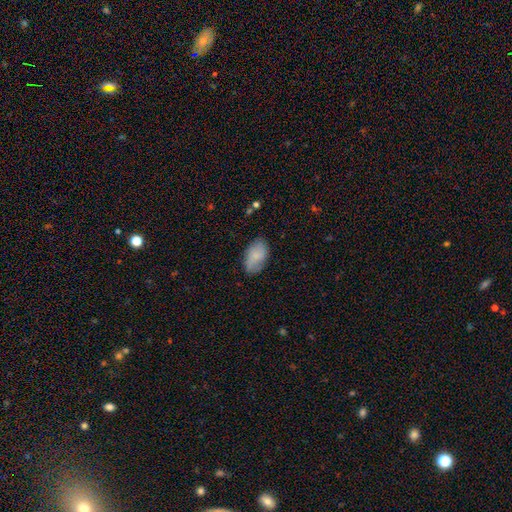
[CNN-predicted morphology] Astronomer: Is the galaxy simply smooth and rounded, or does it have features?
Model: smooth — 78%.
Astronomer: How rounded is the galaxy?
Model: in between — 93%.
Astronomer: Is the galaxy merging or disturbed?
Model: none — 75%.